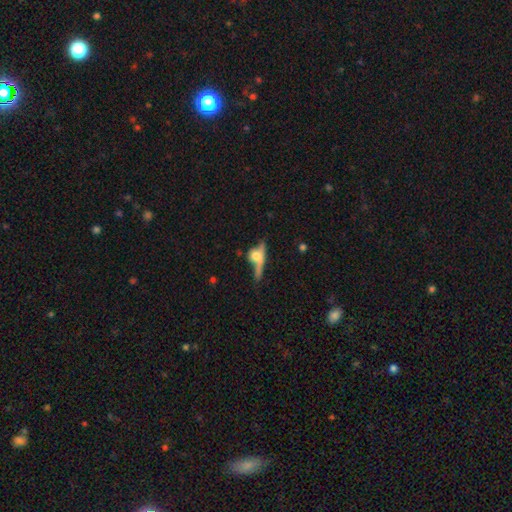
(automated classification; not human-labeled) smooth 47%, featured or disk 42%, star or artifact 11%. Down the decision tree: merging — none (40%).